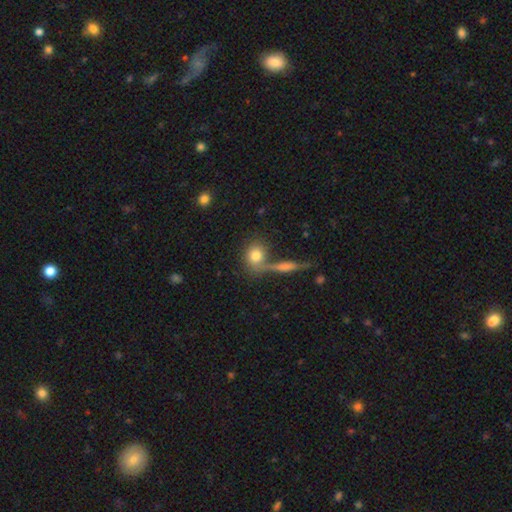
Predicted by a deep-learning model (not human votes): Morphology: type=smooth (77%); roundness=round (70%); merging=none (56%).